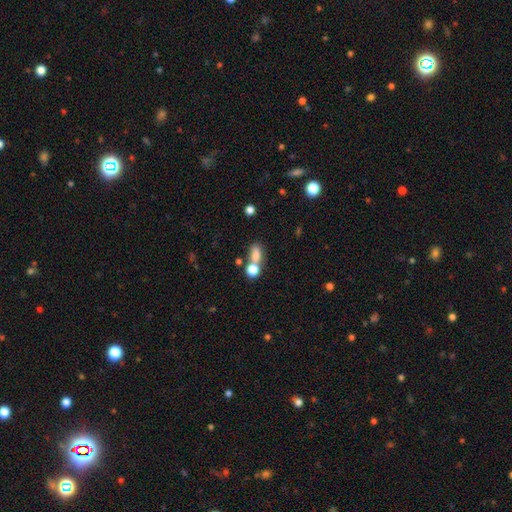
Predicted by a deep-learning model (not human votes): Overall: smooth (76%). How rounded: in between (68%). Merging: merger (42%; none 40%).